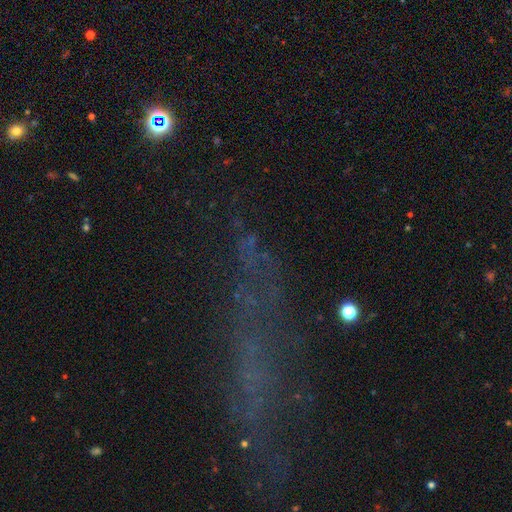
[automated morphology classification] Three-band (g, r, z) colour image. It shows a star or artifact, not a galaxy (49%).